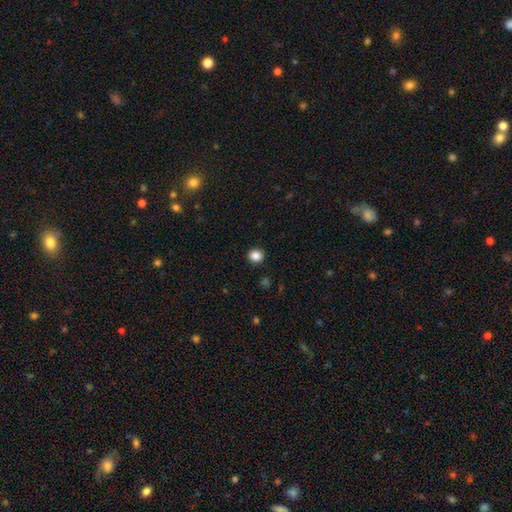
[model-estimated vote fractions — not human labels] Smooth or featured? Predicted: smooth (p=0.86). How rounded? Predicted: round (p=0.81). Merging? Predicted: none (p=0.91).